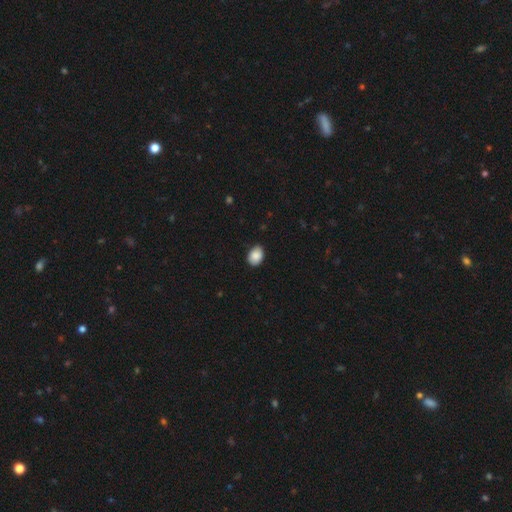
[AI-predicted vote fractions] The model was most divided on "how rounded": in between: 71%, round: 28%, cigar-shaped: 1%. More confident: smooth or featured — smooth (89%); merging — none (84%).